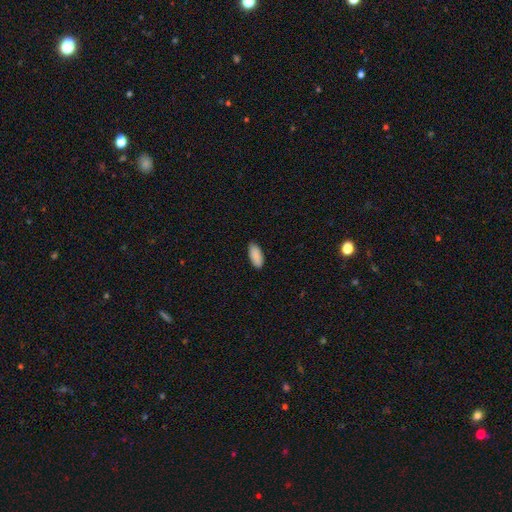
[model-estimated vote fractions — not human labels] A smooth galaxy with no disk features (90%) that is in between round and cigar-shaped (87%). Merging: none (87%).